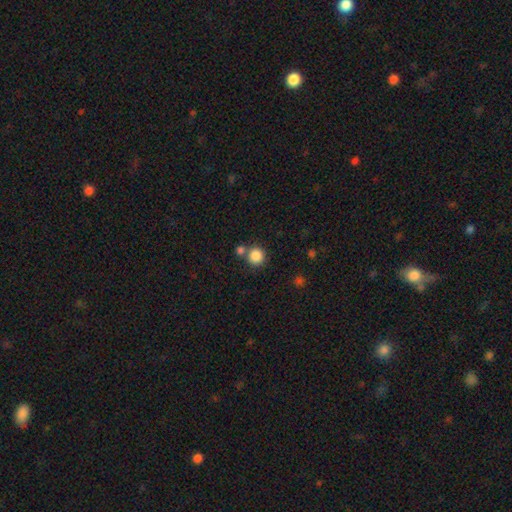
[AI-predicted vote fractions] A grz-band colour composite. It shows a smooth galaxy with no disk features (86%) that is round (93%). Merging: none (68%).